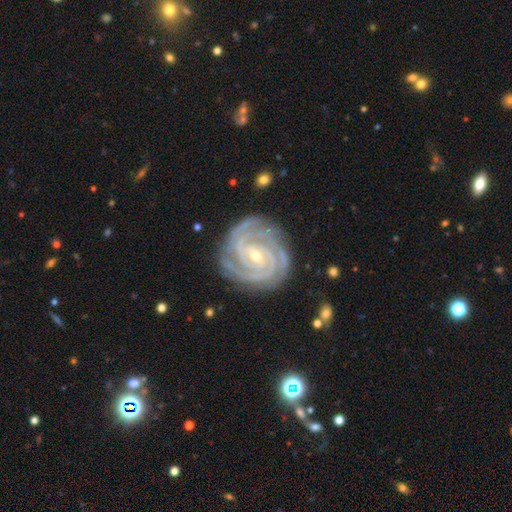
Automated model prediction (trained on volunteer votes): Q: Smooth or featured?
A: featured or disk (93%); runner-up: star or artifact (4%)
Q: Edge-on disk?
A: no (98%); runner-up: yes (2%)
Q: Bar?
A: weak (41%); runner-up: no (30%)
Q: Spiral arms?
A: yes (99%); runner-up: no (1%)
Q: Spiral winding?
A: tight (85%); runner-up: medium (13%)
Q: Spiral arm count?
A: 3 (30%); runner-up: 4 (25%)
Q: Bulge size?
A: small (68%); runner-up: moderate (29%)
Q: Merging?
A: none (82%); runner-up: minor disturbance (13%)